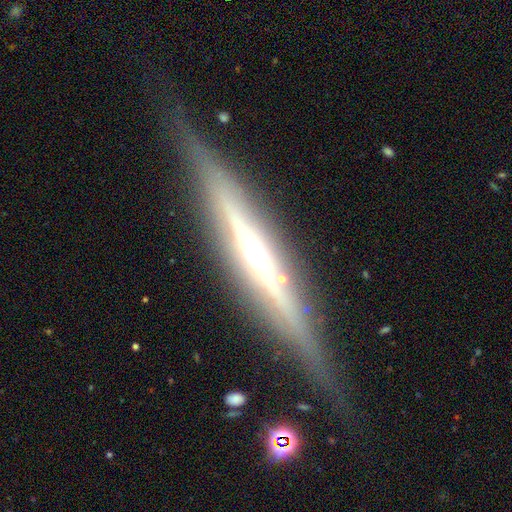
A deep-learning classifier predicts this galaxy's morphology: This appears to be a featured or disk galaxy (84%) viewed edge-on (95%) with a rounded central bulge (78%). Merging: none (82%).